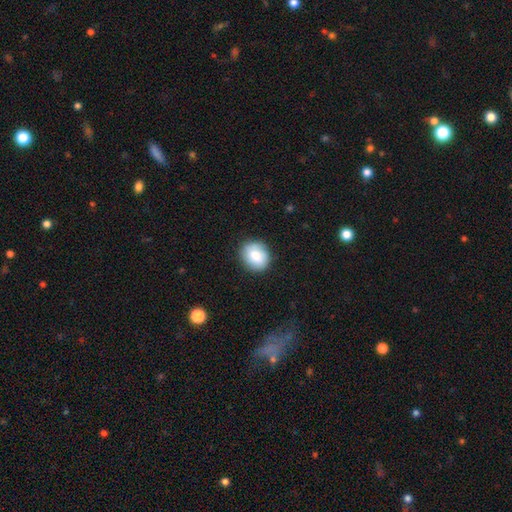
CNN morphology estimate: The model was most divided on "how rounded": round: 64%, in between: 35%, cigar-shaped: 1%. More confident: merging — none (85%); smooth or featured — smooth (81%).